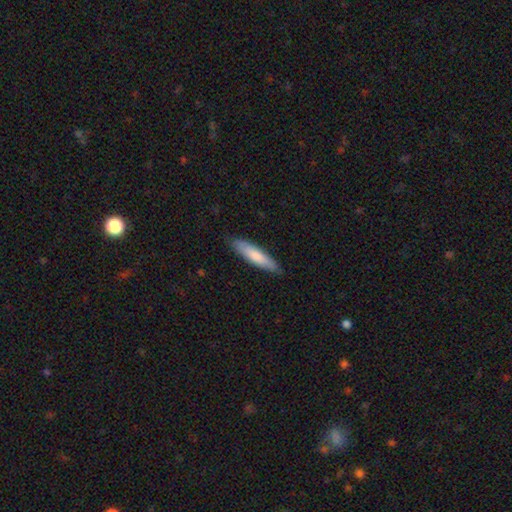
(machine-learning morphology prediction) A smooth galaxy with no disk features (77%) that is cigar-shaped (79%). Merging: none (86%).